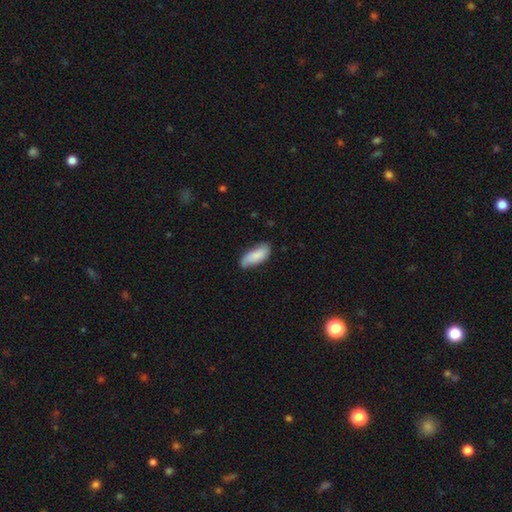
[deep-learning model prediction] Overall: smooth (83%). How rounded: in between (80%). Merging: none (68%).